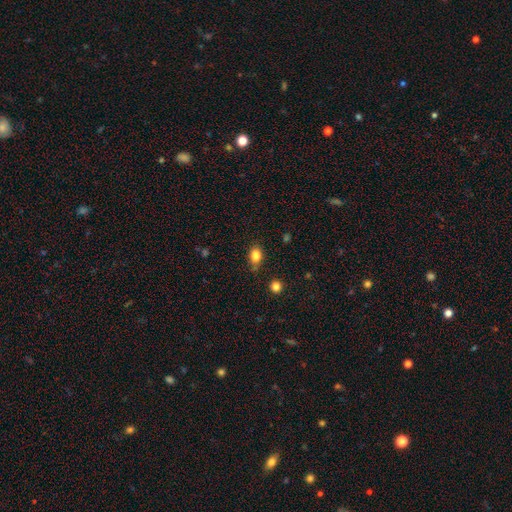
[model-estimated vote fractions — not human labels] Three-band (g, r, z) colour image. It shows a smooth galaxy with no disk features (84%) that is in between round and cigar-shaped (78%). Merging: none (71%).